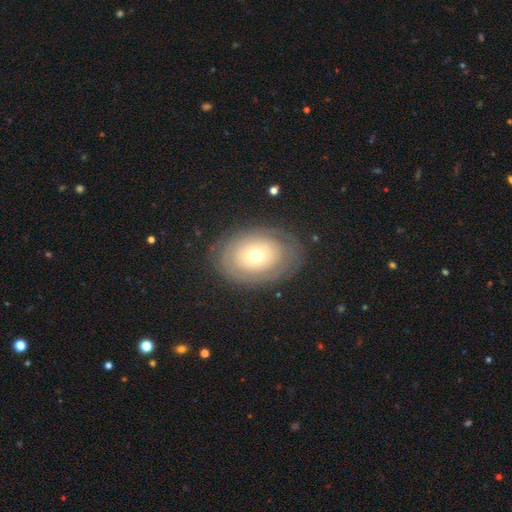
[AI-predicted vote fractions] A featured or disk galaxy (48%).

Vote fractions:
- Smooth or featured? featured or disk: 48% / smooth: 43% / star or artifact: 8%
- Merging? none: 78% / minor disturbance: 14% / major disturbance: 6% / merger: 1%